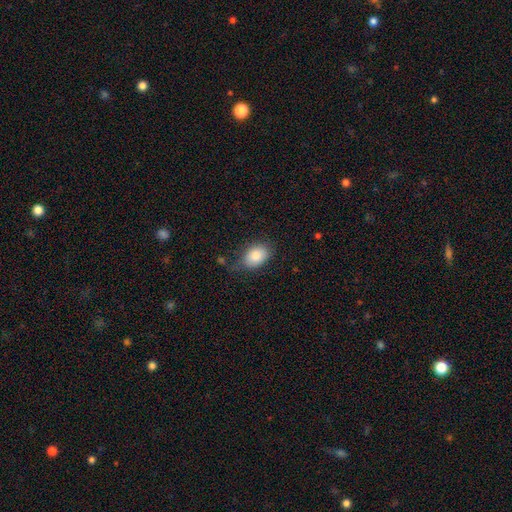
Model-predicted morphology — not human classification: This is clearly a smooth galaxy (84%). How rounded: likely in between (78%). Merging: likely none (67%).